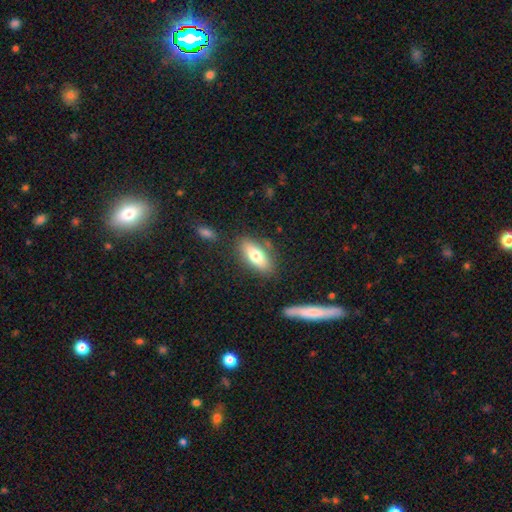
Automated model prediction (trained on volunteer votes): smooth-or-featured: smooth: 71% | featured or disk: 22% | star or artifact: 7%
  how-rounded: in between: 77% | cigar-shaped: 20% | round: 3%
  merging: none: 79% | minor disturbance: 13% | merger: 5% | major disturbance: 4%